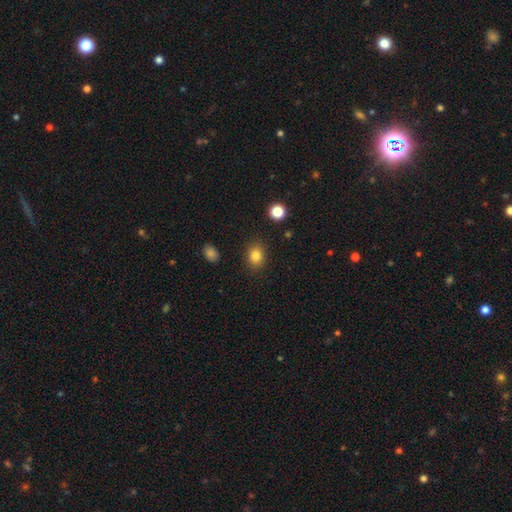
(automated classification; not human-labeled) Smooth or featured: smooth — 83% (star or artifact — 10%)
How rounded: in between — 54% (round — 45%)
Merging: none — 87% (minor disturbance — 9%)